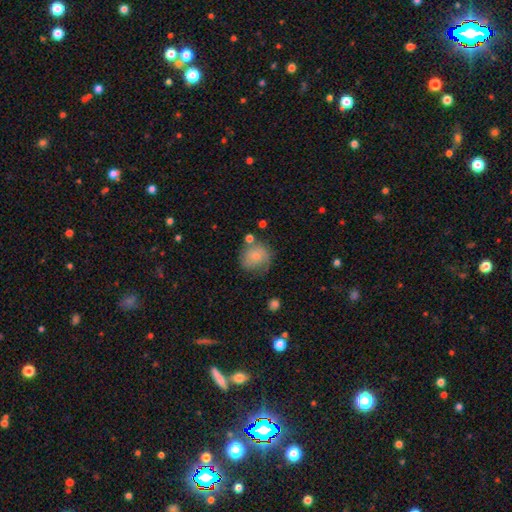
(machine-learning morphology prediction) This is likely a smooth galaxy (70%). How rounded: clearly round (84%). Merging: possibly none (56%).